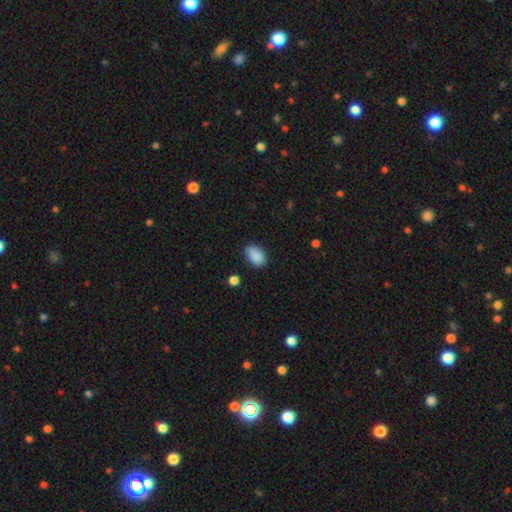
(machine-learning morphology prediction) The model was most divided on "merging": none: 82%, minor disturbance: 13%, major disturbance: 3%, merger: 2%. More confident: how rounded — in between (90%); smooth or featured — smooth (89%).